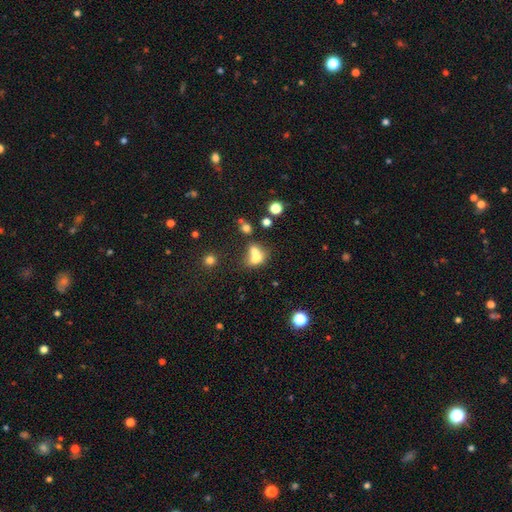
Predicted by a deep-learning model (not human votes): A smooth galaxy with no disk features (67%) that is in between round and cigar-shaped (61%). Merging: merger (63%).